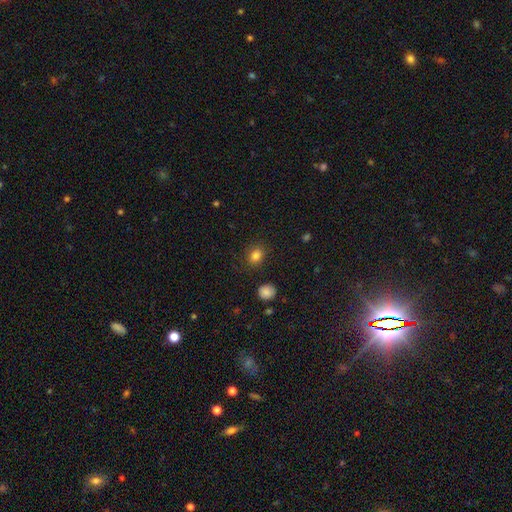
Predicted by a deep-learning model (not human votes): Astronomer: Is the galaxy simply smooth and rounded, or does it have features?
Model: smooth — 83%.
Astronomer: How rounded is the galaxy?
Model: round — 59% (runner-up: in between, 40%).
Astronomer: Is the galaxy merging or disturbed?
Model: none — 85%.